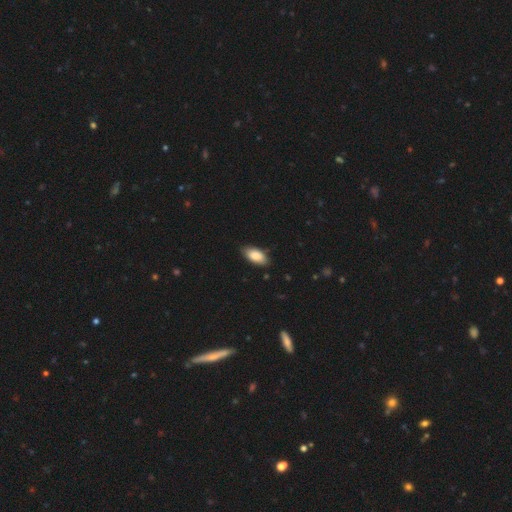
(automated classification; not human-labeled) Smooth or featured: smooth — 86% (featured or disk — 8%)
How rounded: in between — 92% (cigar-shaped — 6%)
Merging: none — 84% (minor disturbance — 13%)